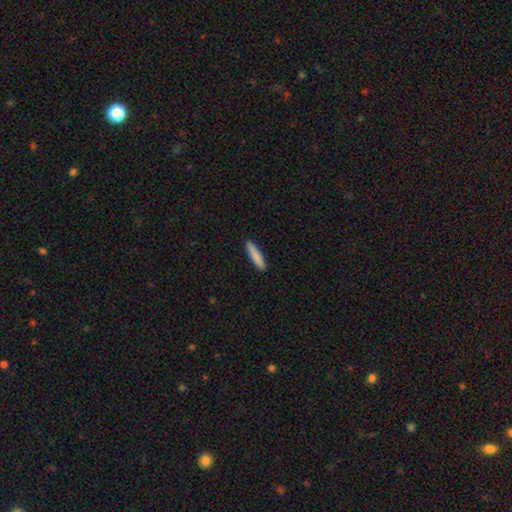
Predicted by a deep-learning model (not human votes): smooth-or-featured: smooth: 86% | featured or disk: 8% | star or artifact: 6%
  how-rounded: cigar-shaped: 88% | in between: 10% | round: 1%
  merging: none: 91% | minor disturbance: 6% | major disturbance: 1% | merger: 1%